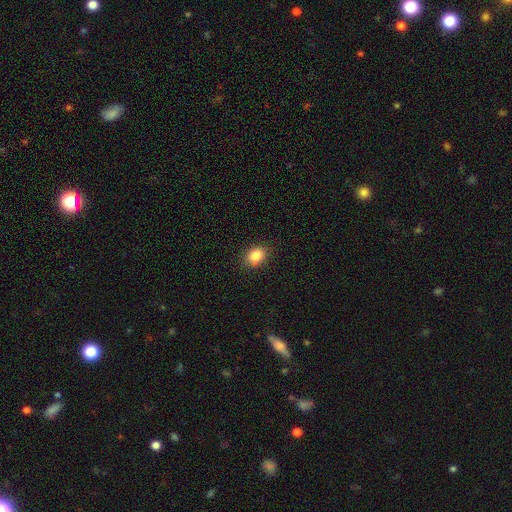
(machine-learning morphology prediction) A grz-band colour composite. It shows a smooth galaxy with no disk features (85%) that is in between round and cigar-shaped (66%). Merging: none (84%).